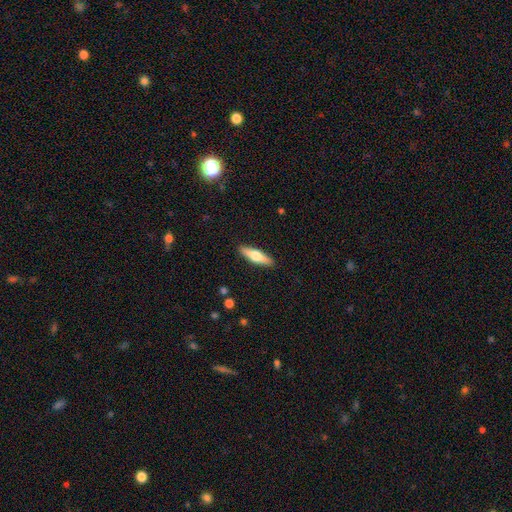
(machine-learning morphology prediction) A smooth galaxy with no disk features (54%) that is cigar-shaped (62%).

Vote fractions:
- Smooth or featured? smooth: 54% / featured or disk: 41% / star or artifact: 6%
- How rounded? cigar-shaped: 62% / in between: 35% / round: 2%
- Merging? none: 90% / minor disturbance: 7% / major disturbance: 2% / merger: 1%